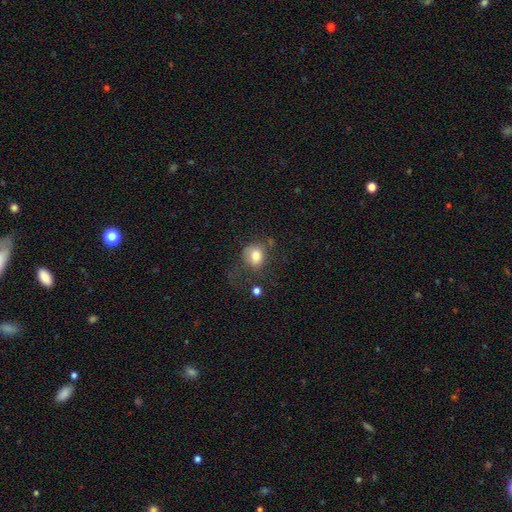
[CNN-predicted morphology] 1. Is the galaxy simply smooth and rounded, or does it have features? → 78% smooth, 11% featured or disk, 11% star or artifact.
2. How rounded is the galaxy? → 65% round, 34% in between, 1% cigar-shaped.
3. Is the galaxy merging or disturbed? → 50% none, 23% minor disturbance, 20% major disturbance, 6% merger.